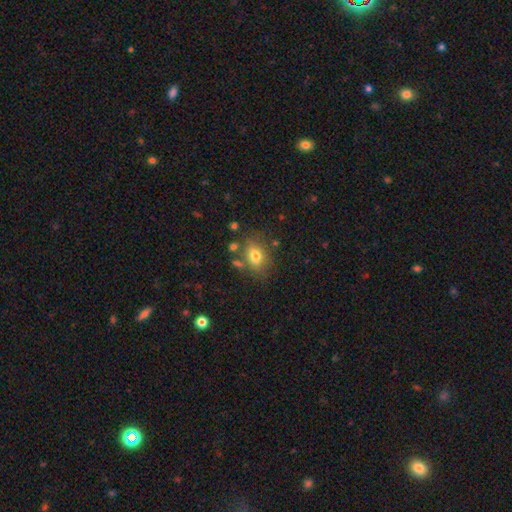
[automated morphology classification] Smooth or featured? Predicted: smooth (p=0.74). How rounded? Predicted: in between (p=0.72). Merging? Predicted: none (p=0.71).